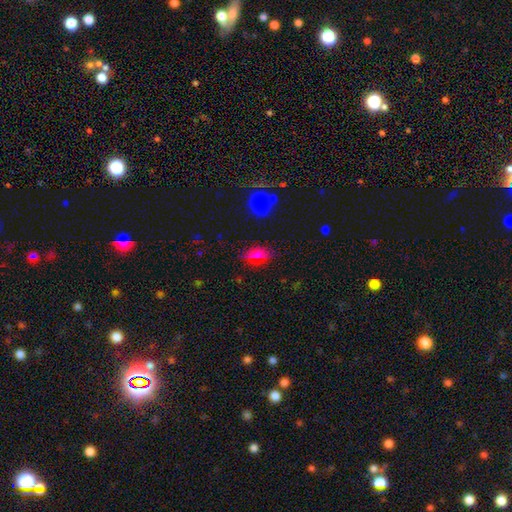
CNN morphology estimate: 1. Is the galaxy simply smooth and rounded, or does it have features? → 55% smooth, 33% star or artifact, 13% featured or disk.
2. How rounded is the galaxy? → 75% in between, 15% round, 9% cigar-shaped.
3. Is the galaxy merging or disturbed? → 79% none, 13% minor disturbance, 5% major disturbance, 3% merger.